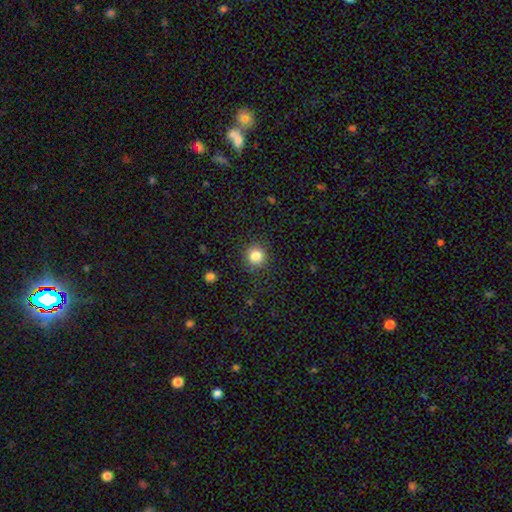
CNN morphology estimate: This appears to be a smooth galaxy with no disk features (84%) that is round (93%). Merging: none (89%).